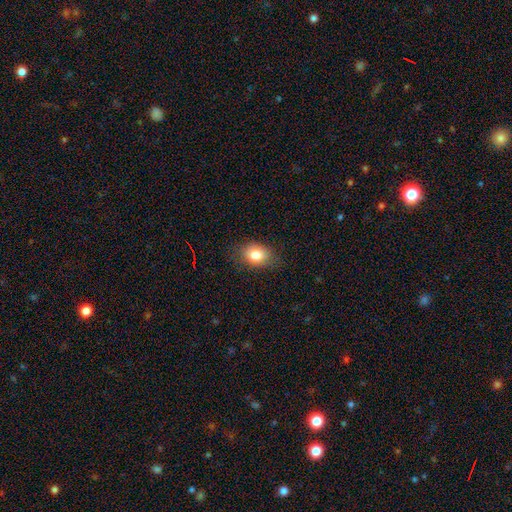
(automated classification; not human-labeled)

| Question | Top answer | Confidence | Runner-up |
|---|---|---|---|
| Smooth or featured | smooth | 81% | featured or disk (10%) |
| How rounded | in between | 71% | round (28%) |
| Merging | none | 79% | minor disturbance (16%) |